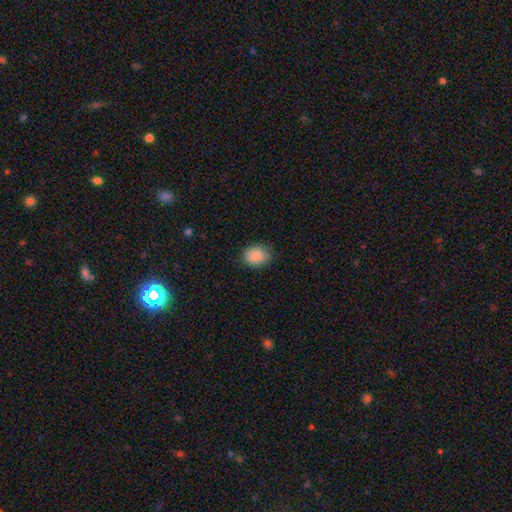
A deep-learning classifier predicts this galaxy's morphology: Q: Smooth or featured?
A: smooth (87%); runner-up: star or artifact (8%)
Q: How rounded?
A: round (52%); runner-up: in between (47%)
Q: Merging?
A: none (75%); runner-up: minor disturbance (20%)